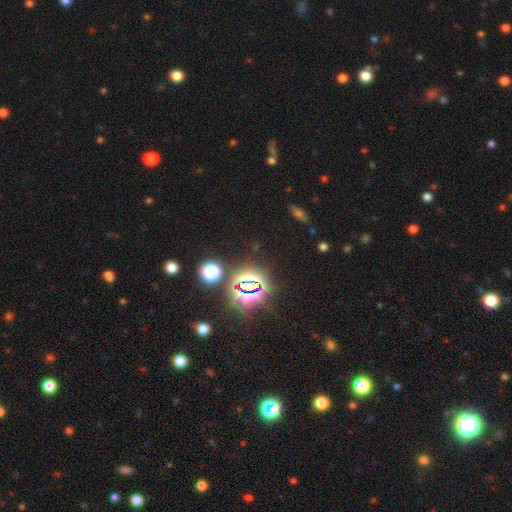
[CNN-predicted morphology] Smooth or featured?
  - star or artifact: 78% *
  - smooth: 15%
  - featured or disk: 7%